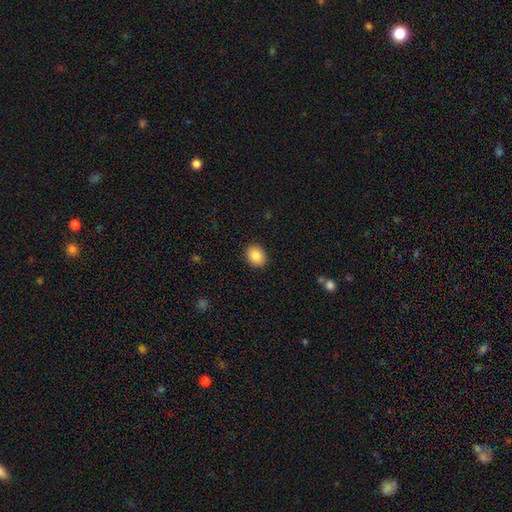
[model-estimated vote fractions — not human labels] Smooth or featured? smooth (88%)
How rounded? round (58%)
Merging? none (90%)